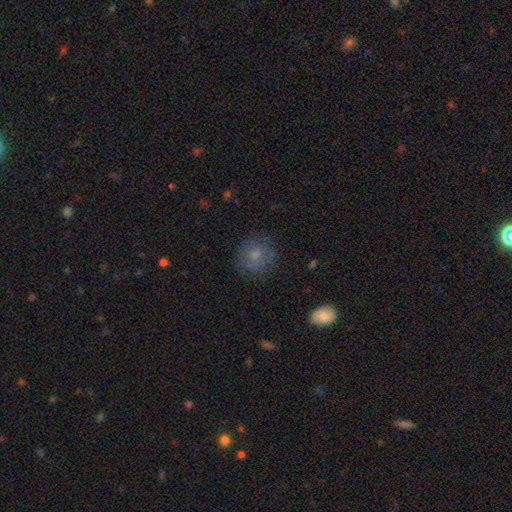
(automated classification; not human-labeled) Morphology: type=smooth (71%); roundness=round (84%); merging=none (74%).